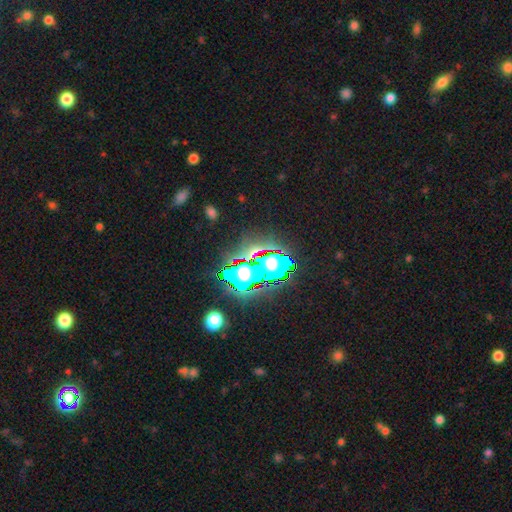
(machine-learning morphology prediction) smooth_or_featured: star or artifact (p=0.68) [alt: smooth p=0.18]